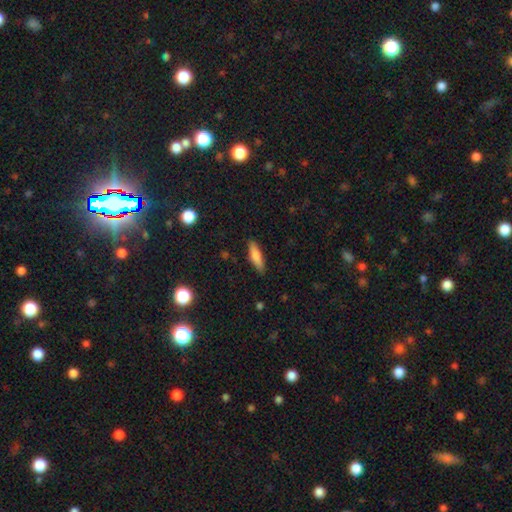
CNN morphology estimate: smooth 76%, featured or disk 17%, star or artifact 7%. Down the decision tree: how rounded — cigar-shaped (64%); merging — none (87%).